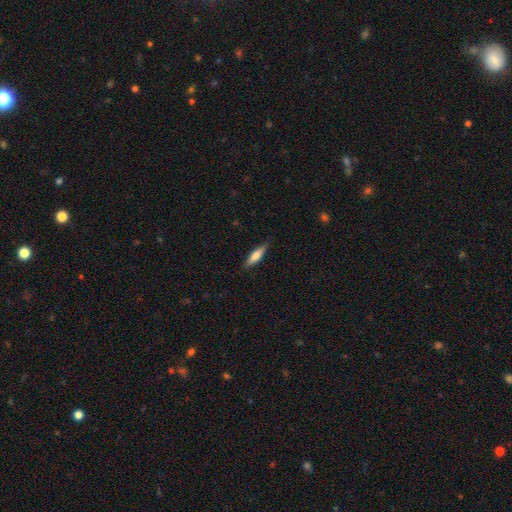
A smooth galaxy with no disk features (62%) that is cigar-shaped (68%).

Vote fractions:
- Smooth or featured? smooth: 62% / featured or disk: 38% / star or artifact: 0%
- How rounded? cigar-shaped: 68% / in between: 28% / round: 4%
- Merging? none: 80% / minor disturbance: 10% / major disturbance: 8% / merger: 2%